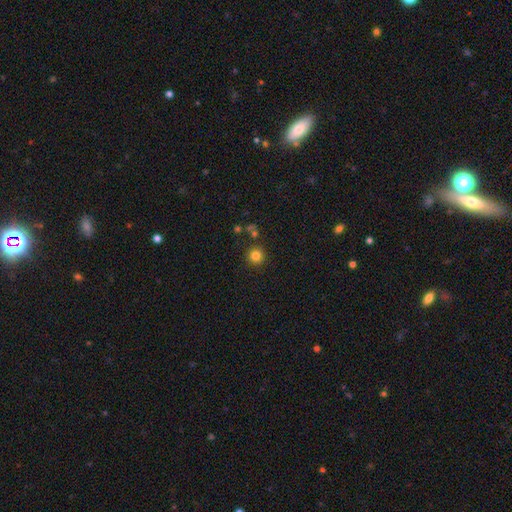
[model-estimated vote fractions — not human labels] The model was most divided on "smooth or featured": smooth: 82%, star or artifact: 13%, featured or disk: 5%. More confident: how rounded — round (95%); merging — none (86%).